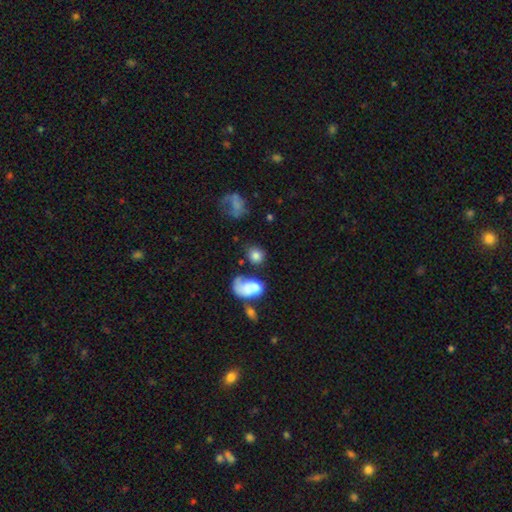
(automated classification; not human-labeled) smooth-or-featured: smooth: 77% | featured or disk: 13% | star or artifact: 10%
  how-rounded: round: 68% | in between: 31% | cigar-shaped: 2%
  merging: none: 50% | merger: 19% | major disturbance: 16% | minor disturbance: 15%